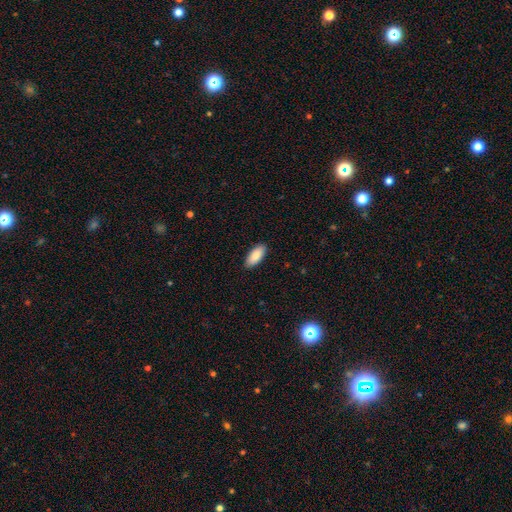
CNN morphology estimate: Smooth or featured? smooth (88%)
How rounded? in between (86%)
Merging? none (89%)